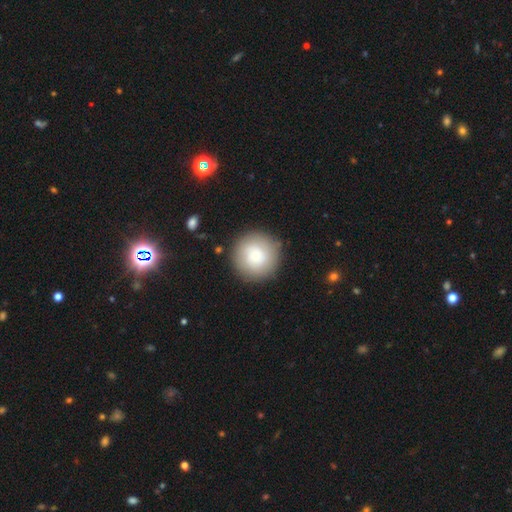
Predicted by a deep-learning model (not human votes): This is likely a smooth galaxy (75%). How rounded: clearly round (96%). Merging: clearly none (86%).